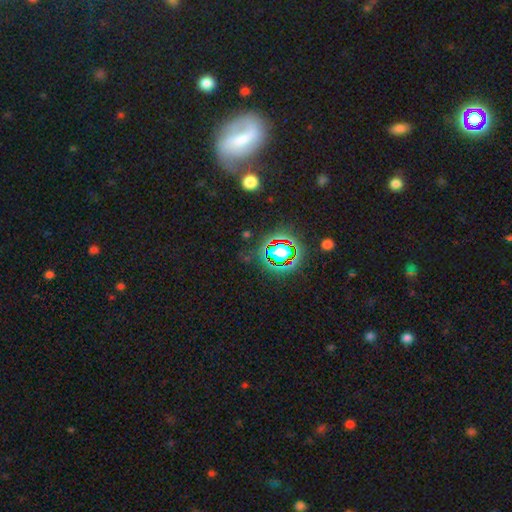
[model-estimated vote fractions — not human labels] A star or artifact, not a galaxy (63%).

Vote fractions:
- Smooth or featured? star or artifact: 63% / smooth: 19% / featured or disk: 18%